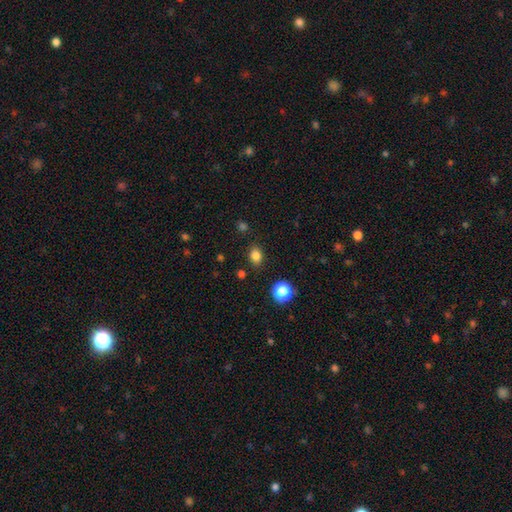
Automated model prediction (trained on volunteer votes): The model was most divided on "how rounded": in between: 54%, round: 45%, cigar-shaped: 1%. More confident: merging — none (84%); smooth or featured — smooth (82%).